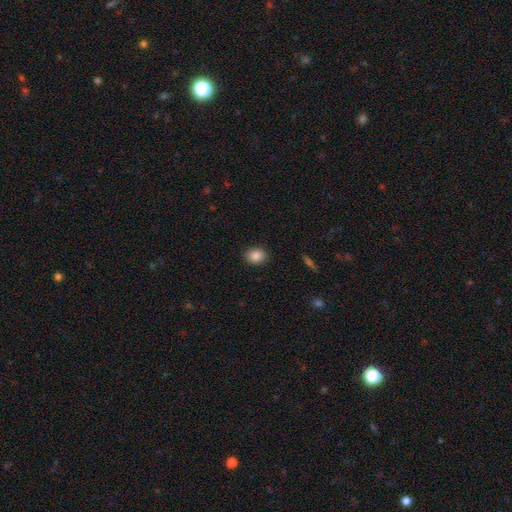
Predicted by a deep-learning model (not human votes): Smooth or featured? Predicted: smooth (p=0.86). How rounded? Predicted: in between (p=0.56). Merging? Predicted: none (p=0.89).